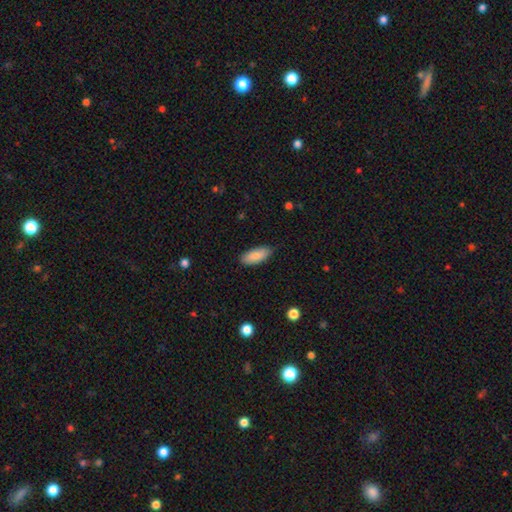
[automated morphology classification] The model was most divided on "how rounded": in between: 81%, cigar-shaped: 17%, round: 2%. More confident: smooth or featured — smooth (86%); merging — none (84%).